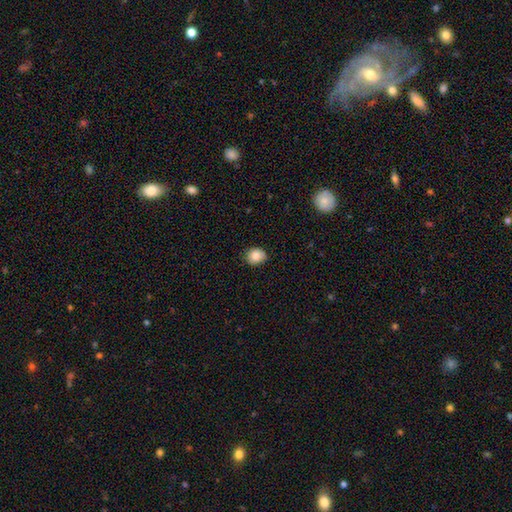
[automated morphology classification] Smooth or featured? Predicted: smooth (p=0.85). How rounded? Predicted: round (p=0.65). Merging? Predicted: none (p=0.81).